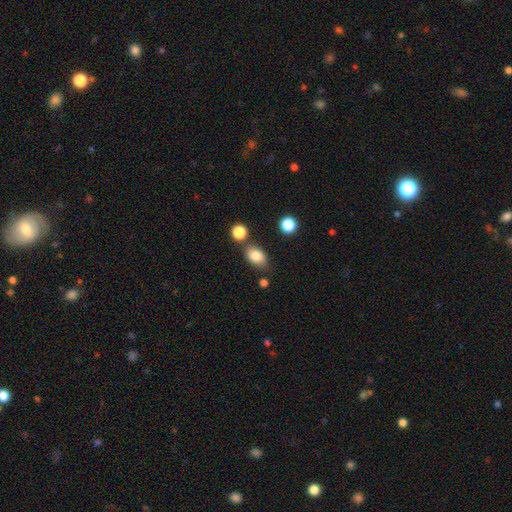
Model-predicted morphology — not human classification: The model was most divided on "merging": none: 72%, minor disturbance: 14%, merger: 10%, major disturbance: 4%. More confident: smooth or featured — smooth (84%); how rounded — in between (82%).